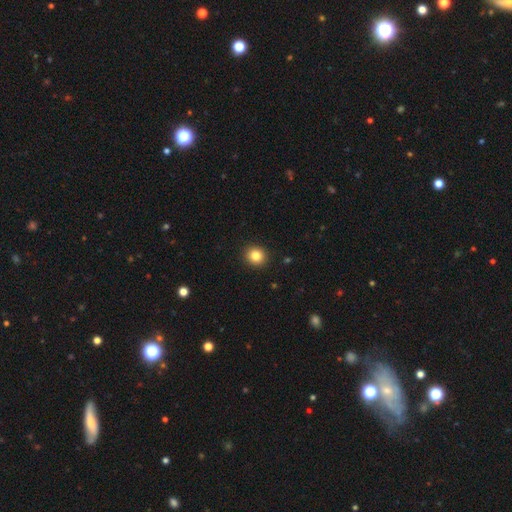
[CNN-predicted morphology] smooth 84%, star or artifact 11%, featured or disk 5%. Down the decision tree: how rounded — round (87%); merging — none (92%).